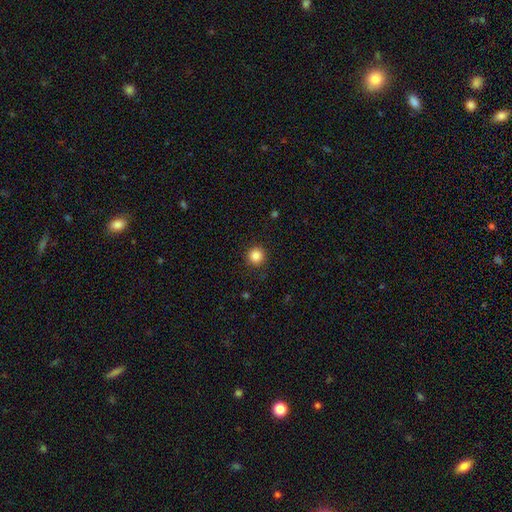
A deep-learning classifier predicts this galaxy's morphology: smooth_or_featured: smooth (p=0.85) [alt: star or artifact p=0.11]
how_rounded: round (p=0.94) [alt: in between p=0.05]
merging: none (p=0.90) [alt: minor disturbance p=0.07]